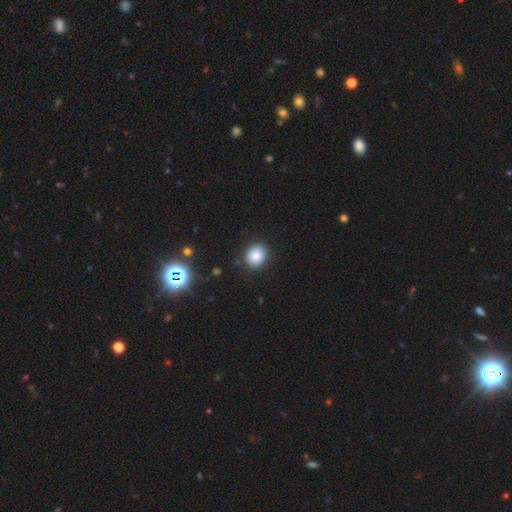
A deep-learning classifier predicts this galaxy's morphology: A smooth galaxy with no disk features (86%) that is round (64%). Merging: none (87%).